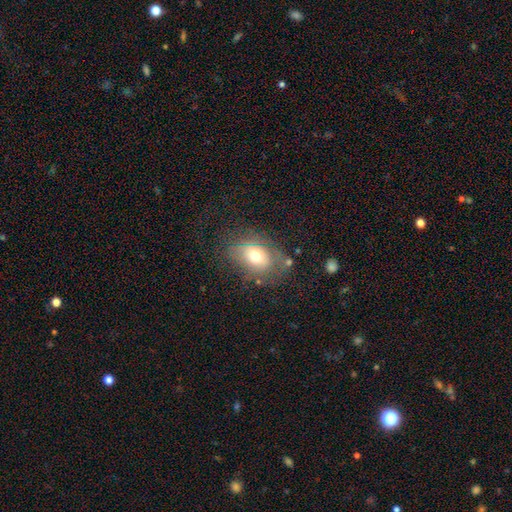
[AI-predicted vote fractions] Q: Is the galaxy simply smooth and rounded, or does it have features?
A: smooth — 62%.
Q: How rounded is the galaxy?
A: in between — 73%.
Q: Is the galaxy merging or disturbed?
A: none — 57%.